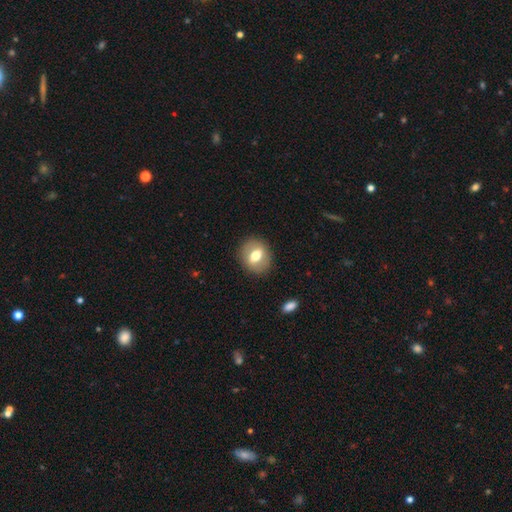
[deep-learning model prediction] Morphology: type=smooth (63%); roundness=round (59%); merging=none (87%).